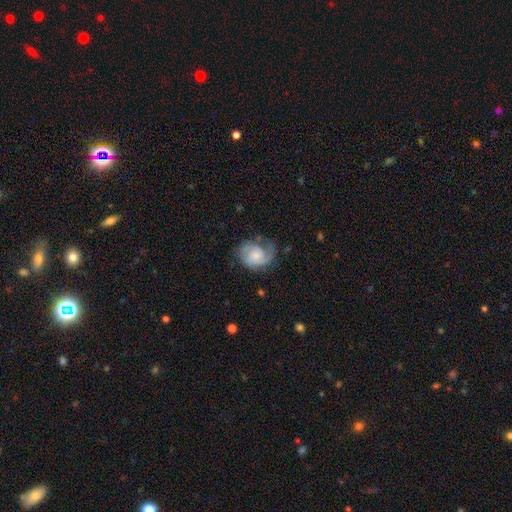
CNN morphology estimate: type=featured or disk (76%); edge-on=no (98%); bar=no (68%); spiral arms=yes (95%); winding=tight (44%); arm count=2 (60%); bulge=small (49%); merging=none (60%).